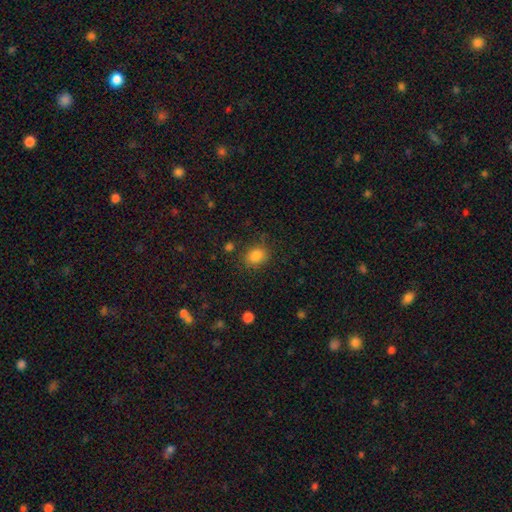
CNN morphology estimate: This appears to be a smooth galaxy with no disk features (84%) that is in between round and cigar-shaped (52%). Merging: none (79%).